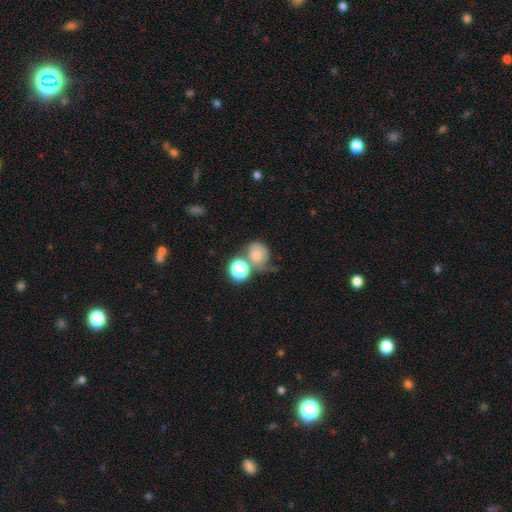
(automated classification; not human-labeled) This is possibly a smooth galaxy (55%). How rounded: likely round (76%). Merging: marginally none (43%).